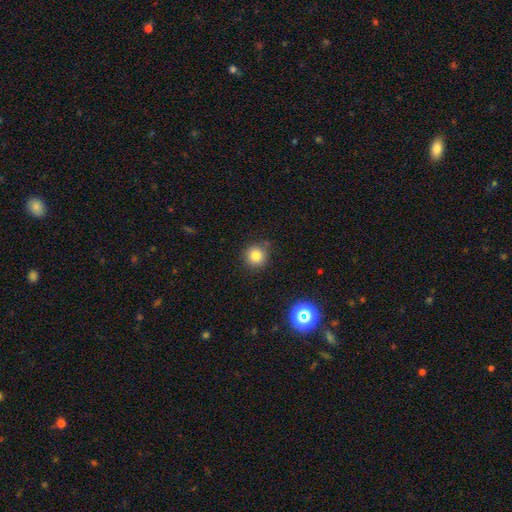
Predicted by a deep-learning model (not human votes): Morphology: type=smooth (80%); roundness=round (94%); merging=none (84%).